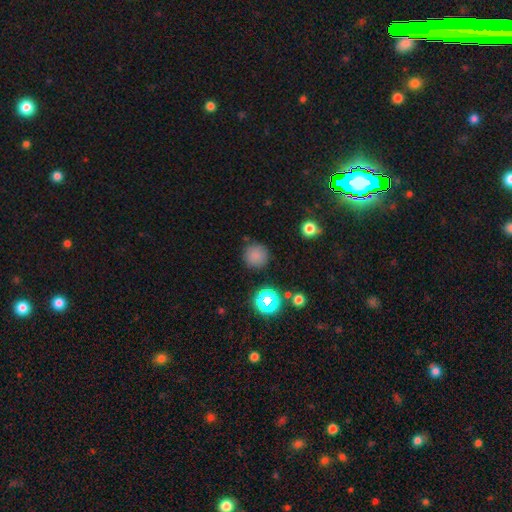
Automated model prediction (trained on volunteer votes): This is likely a smooth galaxy (80%). How rounded: clearly round (94%). Merging: clearly none (86%).